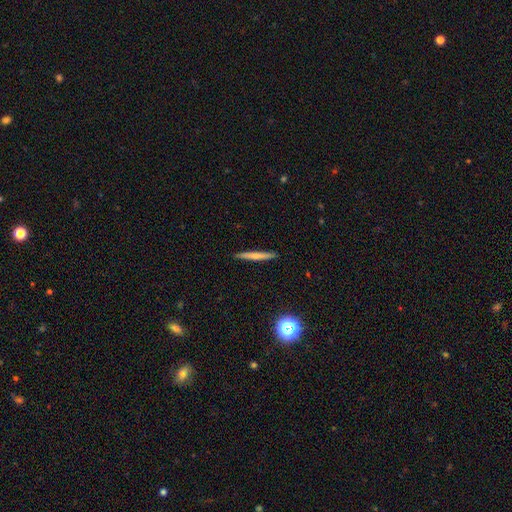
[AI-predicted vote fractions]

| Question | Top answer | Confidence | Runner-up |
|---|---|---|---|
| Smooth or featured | smooth | 59% | featured or disk (34%) |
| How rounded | cigar-shaped | 95% | in between (3%) |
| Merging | none | 91% | minor disturbance (7%) |